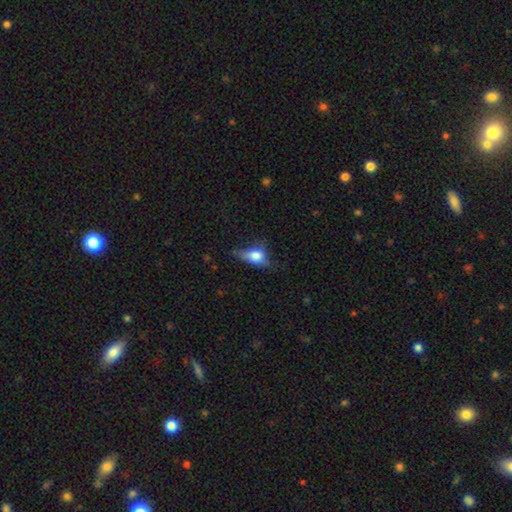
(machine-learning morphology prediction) smooth 66%, featured or disk 24%, star or artifact 9%. Down the decision tree: how rounded — in between (79%); merging — none (34%, tied with minor disturbance).